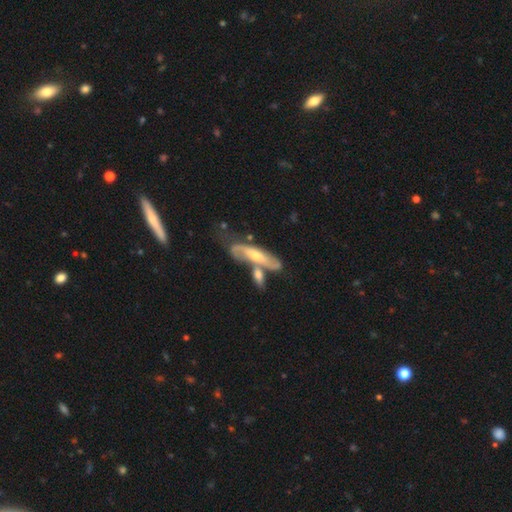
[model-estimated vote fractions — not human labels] A featured or disk galaxy (68%). Merging: none (37%).